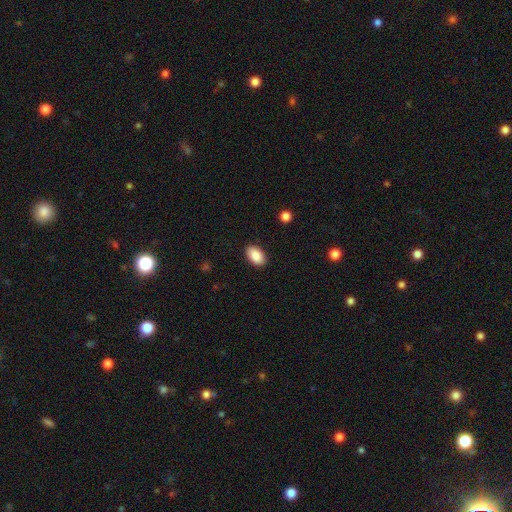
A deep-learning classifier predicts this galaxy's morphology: smooth 89%, star or artifact 7%, featured or disk 4%. Down the decision tree: how rounded — in between (91%); merging — none (89%).